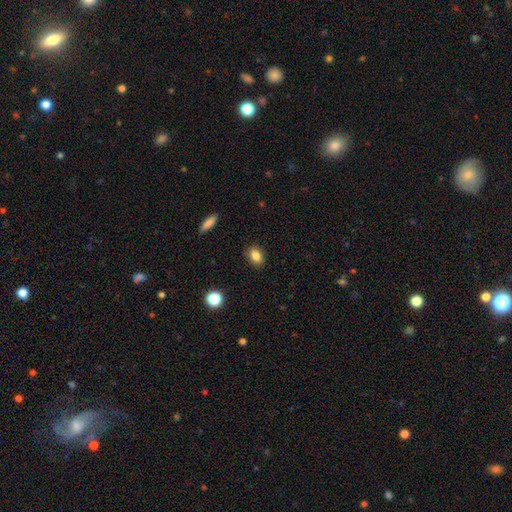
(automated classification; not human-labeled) smooth_or_featured: smooth (p=0.84) [alt: star or artifact p=0.10]
how_rounded: in between (p=0.72) [alt: round p=0.26]
merging: none (p=0.87) [alt: minor disturbance p=0.09]